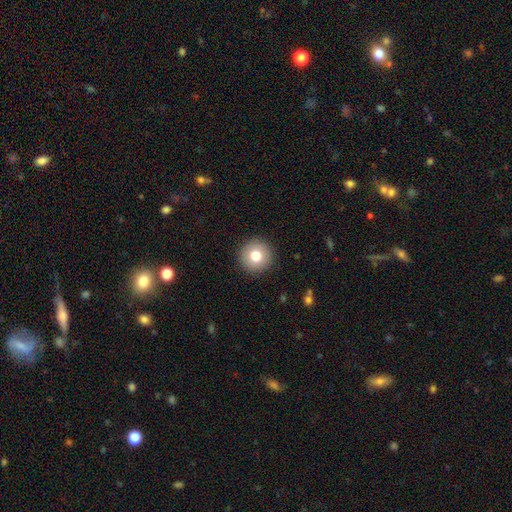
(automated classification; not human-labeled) A smooth galaxy with no disk features (79%) that is round (96%). Merging: none (92%).